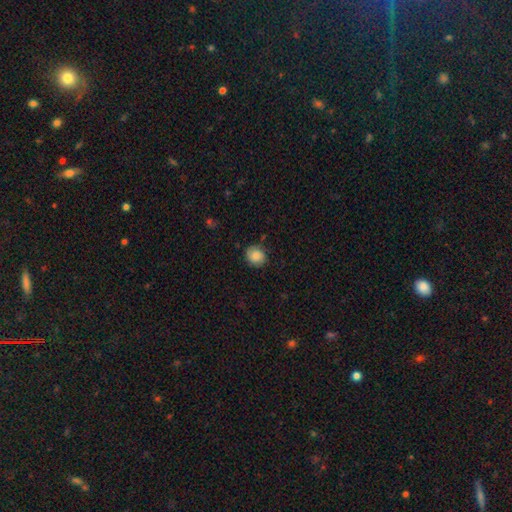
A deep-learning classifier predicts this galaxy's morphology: Smooth or featured? smooth (84%)
How rounded? round (78%)
Merging? none (80%)